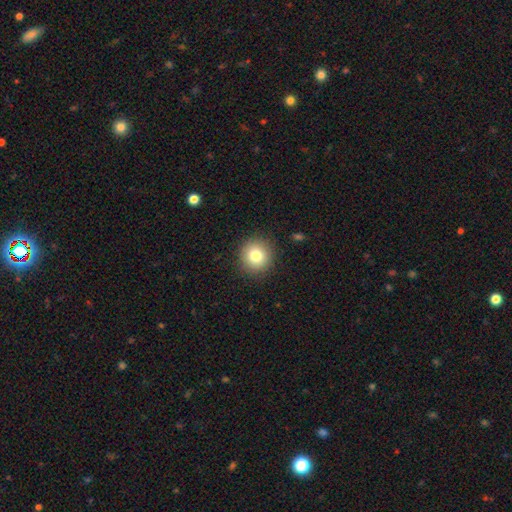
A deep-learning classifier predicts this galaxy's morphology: A smooth galaxy with no disk features (80%) that is round (92%). Merging: none (90%).